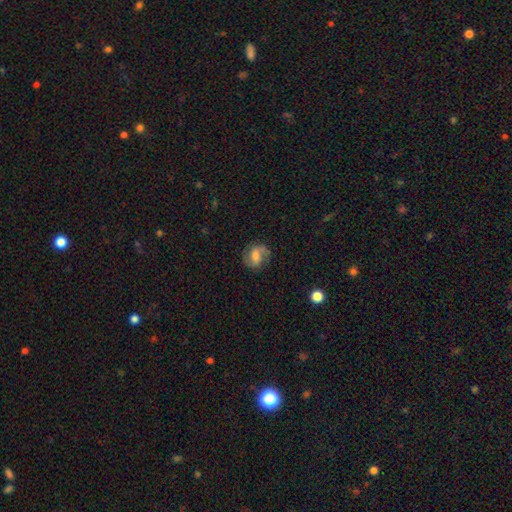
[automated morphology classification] Overall: featured or disk (60%; smooth 32%). Edge-on disk: no (97%). Bar: weak (49%; no 32%). Spiral arms: yes (91%). Spiral arm count: 2 (82%). Spiral winding: medium (44%; loose 38%). Bulge size: moderate (47%; small 27%). Merging: none (74%).